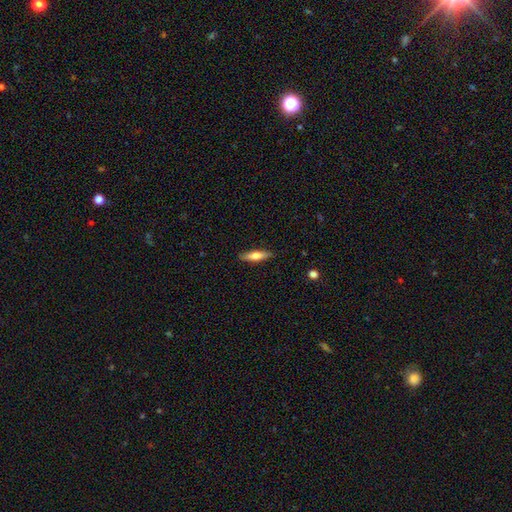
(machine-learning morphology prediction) A smooth galaxy with no disk features (57%) that is cigar-shaped (72%). Merging: none (89%).